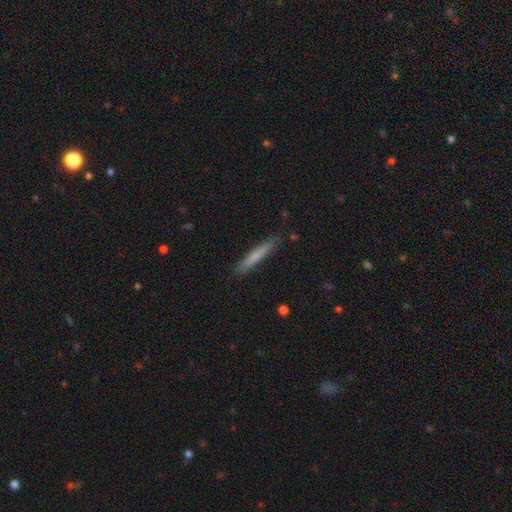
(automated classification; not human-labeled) A smooth galaxy with no disk features (71%) that is cigar-shaped (96%). Merging: none (87%).